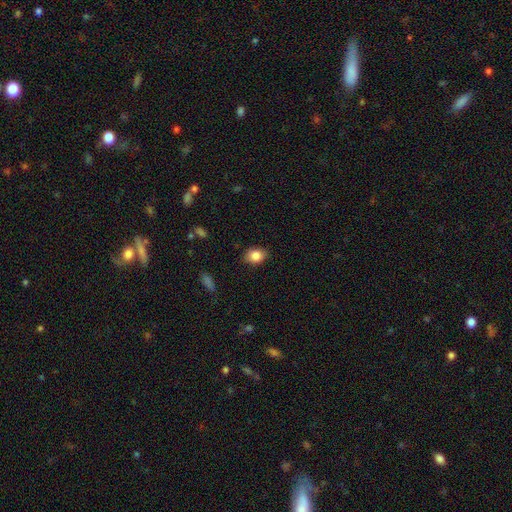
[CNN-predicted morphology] Smooth or featured: smooth — 84% (star or artifact — 9%)
How rounded: in between — 62% (round — 37%)
Merging: none — 83% (minor disturbance — 13%)